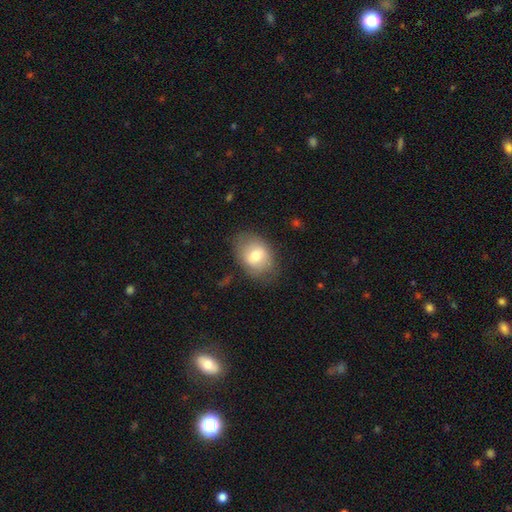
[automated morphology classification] smooth_or_featured: smooth (p=0.72) [alt: featured or disk p=0.20]
how_rounded: in between (p=0.74) [alt: round p=0.25]
merging: none (p=0.72) [alt: minor disturbance p=0.20]